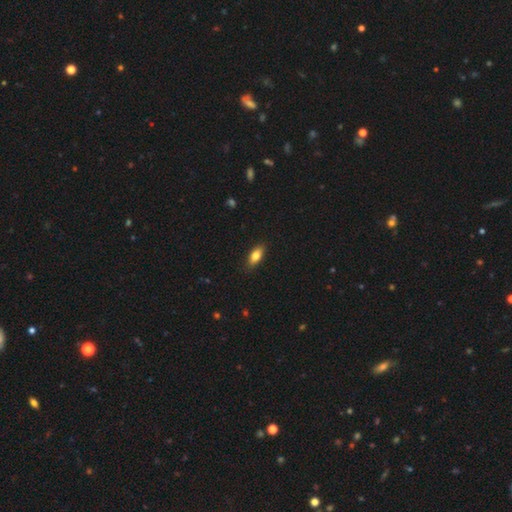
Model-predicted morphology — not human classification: This appears to be a smooth galaxy with no disk features (78%) that is in between round and cigar-shaped (81%). Merging: none (85%).